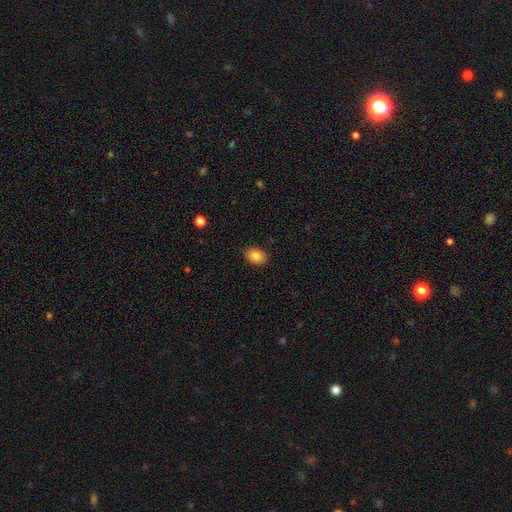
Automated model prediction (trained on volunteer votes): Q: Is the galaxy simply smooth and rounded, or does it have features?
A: smooth — 85%.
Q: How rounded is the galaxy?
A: in between — 77%.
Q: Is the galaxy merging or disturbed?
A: none — 88%.